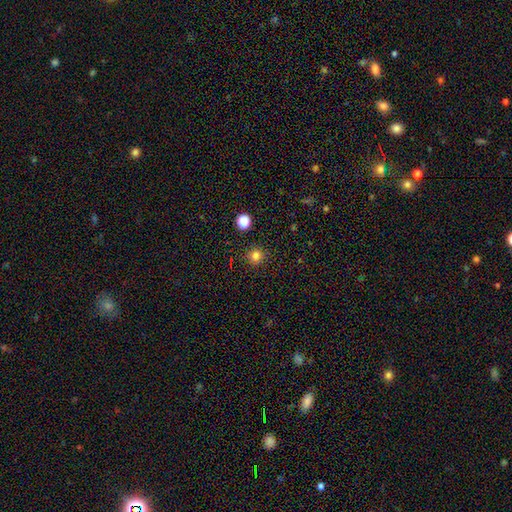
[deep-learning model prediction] The model was most divided on "smooth or featured": smooth: 81%, star or artifact: 14%, featured or disk: 5%. More confident: how rounded — round (91%); merging — none (91%).